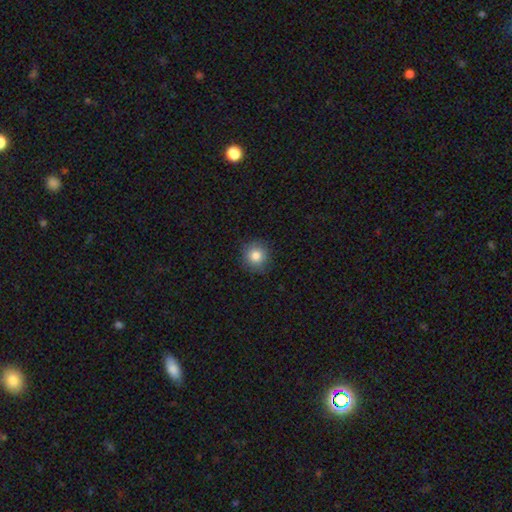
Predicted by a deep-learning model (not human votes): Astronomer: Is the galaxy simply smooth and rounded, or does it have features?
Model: smooth — 83%.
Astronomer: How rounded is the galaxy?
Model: round — 93%.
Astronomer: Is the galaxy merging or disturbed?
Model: none — 88%.